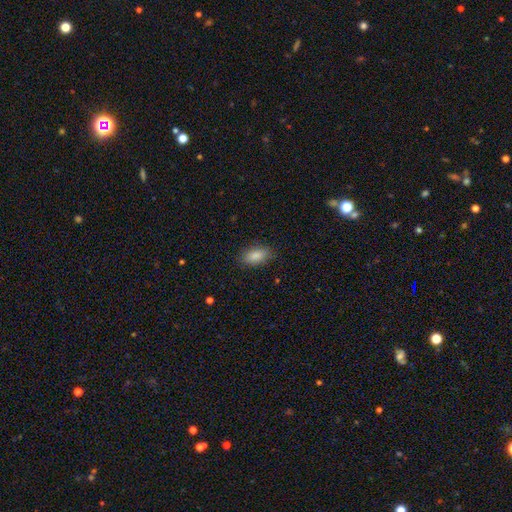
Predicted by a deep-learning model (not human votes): This appears to be a smooth galaxy with no disk features (88%) that is in between round and cigar-shaped (91%). Merging: none (86%).